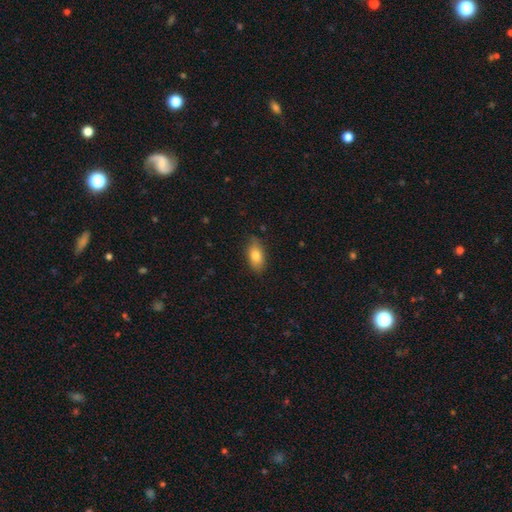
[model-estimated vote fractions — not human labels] Overall: smooth (80%). How rounded: in between (88%). Merging: none (81%).